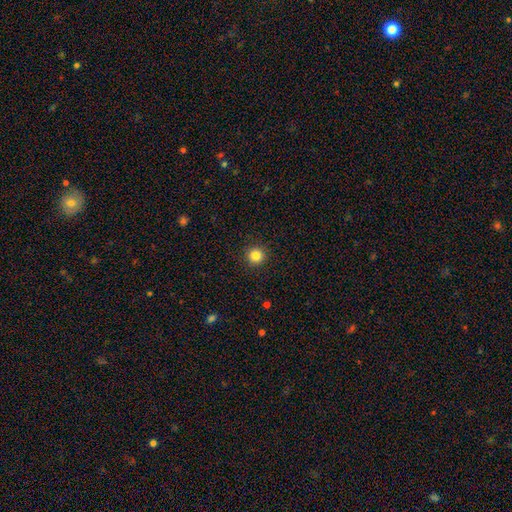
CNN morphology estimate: The model was most divided on "smooth or featured": smooth: 84%, star or artifact: 12%, featured or disk: 4%. More confident: how rounded — round (96%); merging — none (93%).